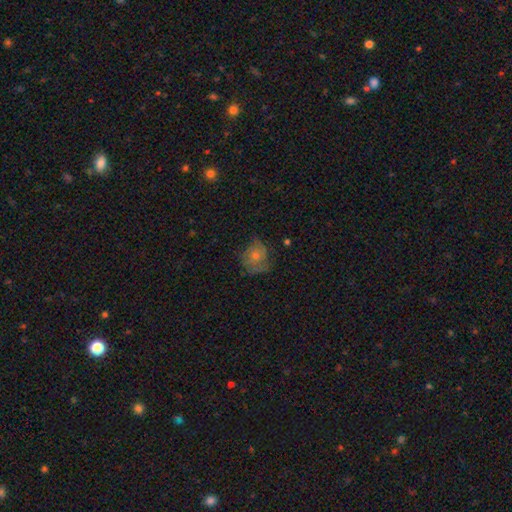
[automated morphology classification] type=featured or disk (46%); merging=none (61%).